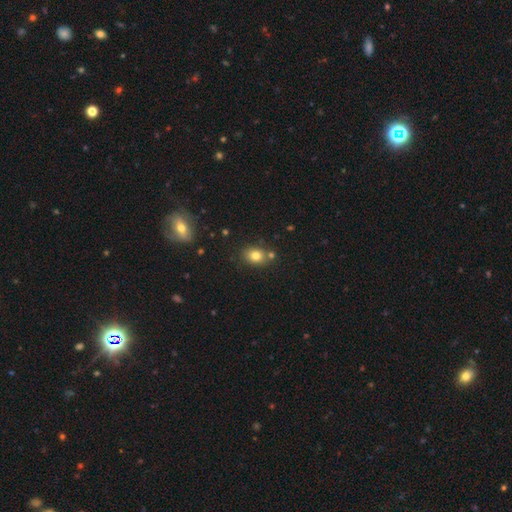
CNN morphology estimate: type=smooth (78%); roundness=in between (60%); merging=none (74%).